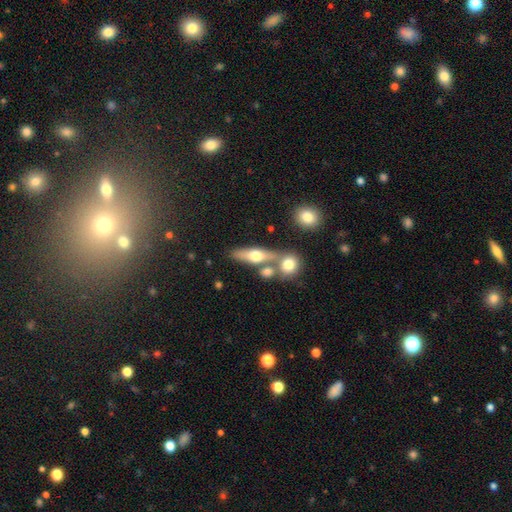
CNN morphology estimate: Q: Smooth or featured?
A: smooth (49%); runner-up: featured or disk (43%)
Q: Merging?
A: none (55%); runner-up: merger (30%)